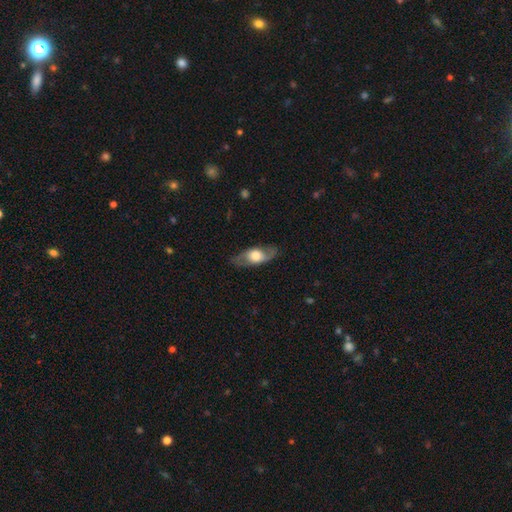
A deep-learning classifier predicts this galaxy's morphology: A featured or disk galaxy (55%).

Vote fractions:
- Smooth or featured? featured or disk: 55% / smooth: 39% / star or artifact: 6%
- Edge-on disk? no: 70% / yes: 30%
- Merging? none: 79% / minor disturbance: 15% / major disturbance: 5% / merger: 1%